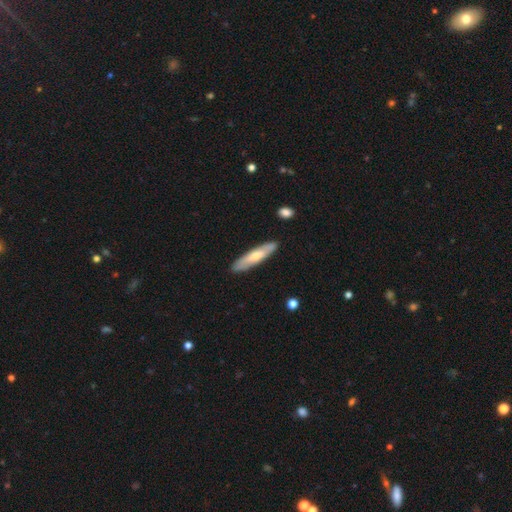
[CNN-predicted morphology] smooth_or_featured: smooth (p=0.52) [alt: featured or disk p=0.43]
how_rounded: cigar-shaped (p=0.79) [alt: in between p=0.20]
merging: none (p=0.87) [alt: minor disturbance p=0.10]